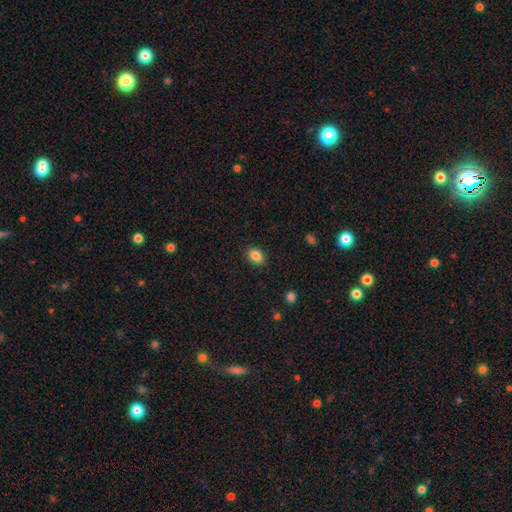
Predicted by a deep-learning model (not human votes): Smooth or featured: smooth — 87% (star or artifact — 9%)
How rounded: in between — 74% (round — 25%)
Merging: none — 87% (minor disturbance — 9%)